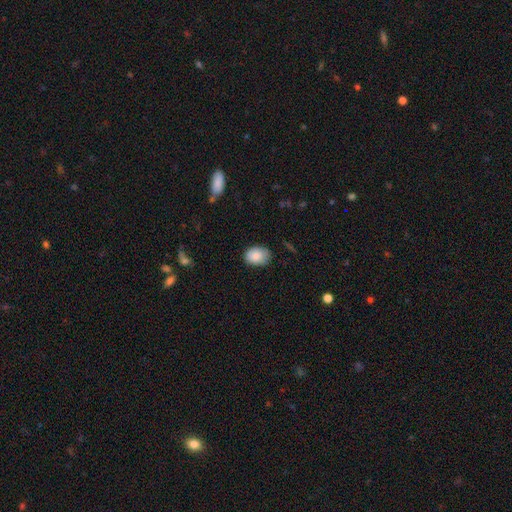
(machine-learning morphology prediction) type=smooth (87%); roundness=in between (75%); merging=none (74%).